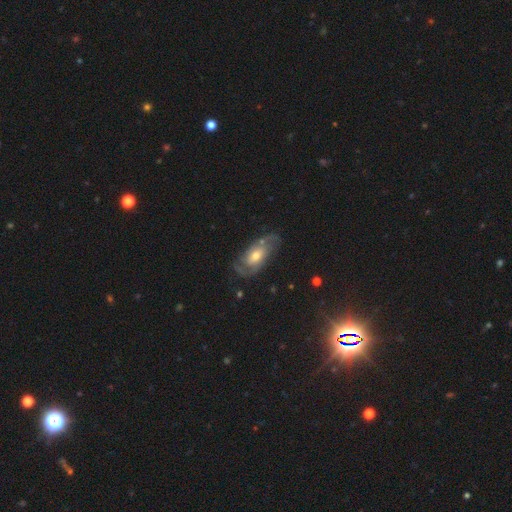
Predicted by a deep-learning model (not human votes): Morphology: type=featured or disk (76%); edge-on=no (93%); bar=no (59%); spiral arms=yes (89%); winding=medium (43%); arm count=2 (72%); bulge=moderate (64%); merging=none (69%).